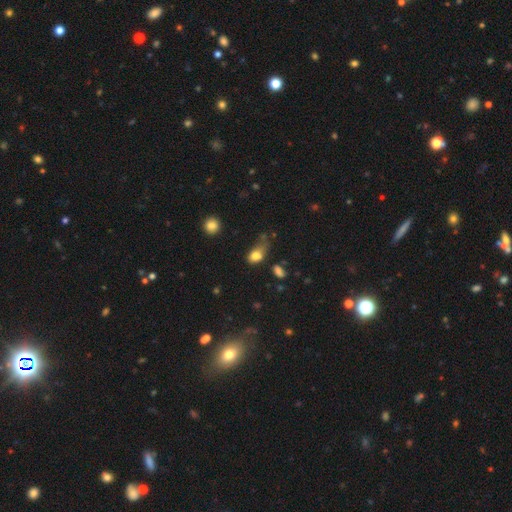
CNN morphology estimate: Smooth or featured: smooth — 79% (star or artifact — 11%)
How rounded: in between — 73% (round — 24%)
Merging: minor disturbance — 34% (major disturbance — 31%)